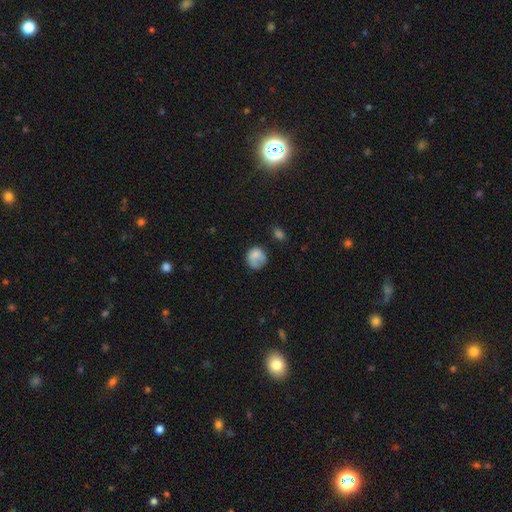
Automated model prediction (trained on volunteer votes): The model was most divided on "merging": none: 54%, minor disturbance: 28%, major disturbance: 14%, merger: 4%. More confident: smooth or featured — smooth (78%); how rounded — round (78%).